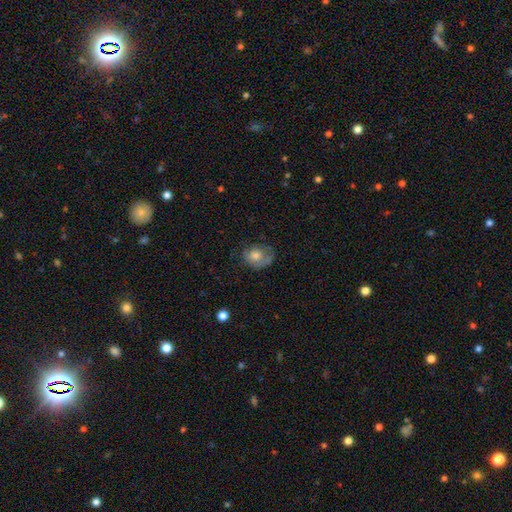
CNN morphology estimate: Smooth or featured? smooth (60%)
How rounded? round (52%)
Merging? none (54%)